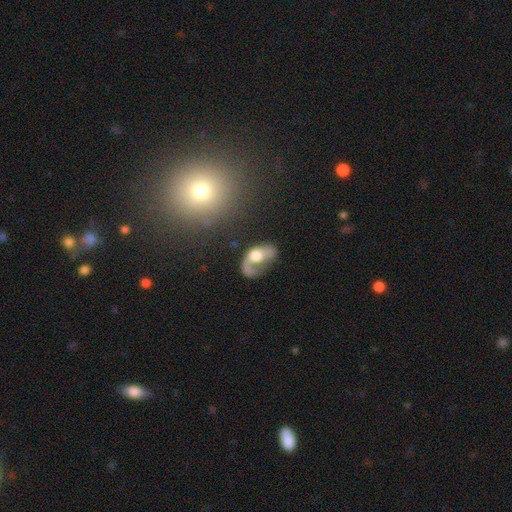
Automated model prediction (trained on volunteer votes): Smooth or featured: featured or disk — 55% (smooth — 37%)
Edge-on disk: no — 95% (yes — 5%)
Bar: no — 78% (weak — 18%)
Spiral arms: yes — 62% (no — 38%)
Bulge size: moderate — 55% (large — 27%)
Merging: major disturbance — 52% (none — 21%)